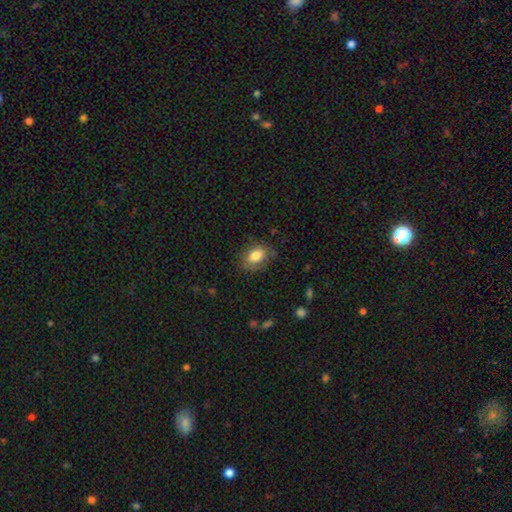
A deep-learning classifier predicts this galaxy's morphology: This is clearly a smooth galaxy (82%). How rounded: clearly in between (87%). Merging: likely none (78%).